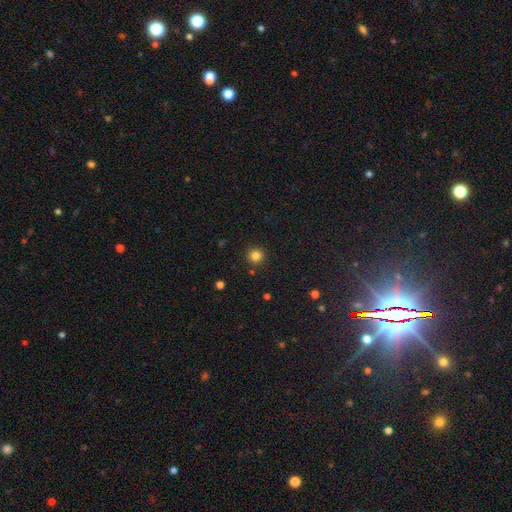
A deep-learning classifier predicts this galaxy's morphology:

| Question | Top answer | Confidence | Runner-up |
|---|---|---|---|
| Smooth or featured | smooth | 83% | star or artifact (13%) |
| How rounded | round | 94% | in between (5%) |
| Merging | none | 90% | minor disturbance (6%) |